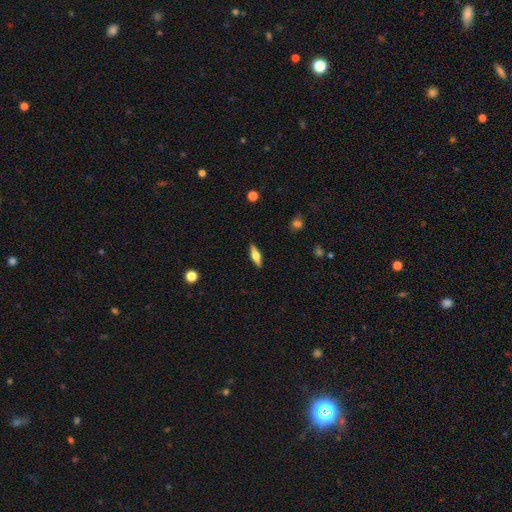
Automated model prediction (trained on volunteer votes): The model was most divided on "smooth or featured": featured or disk: 51%, smooth: 43%, star or artifact: 6%. More confident: edge-on disk — yes (94%); merging — none (90%).